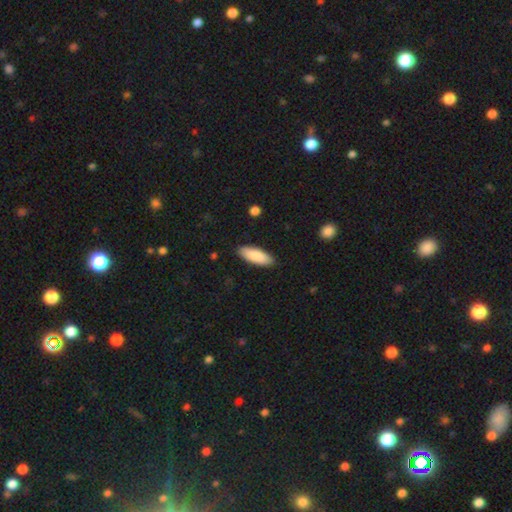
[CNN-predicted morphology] smooth 87%, featured or disk 8%, star or artifact 5%. Down the decision tree: how rounded — in between (69%); merging — none (89%).